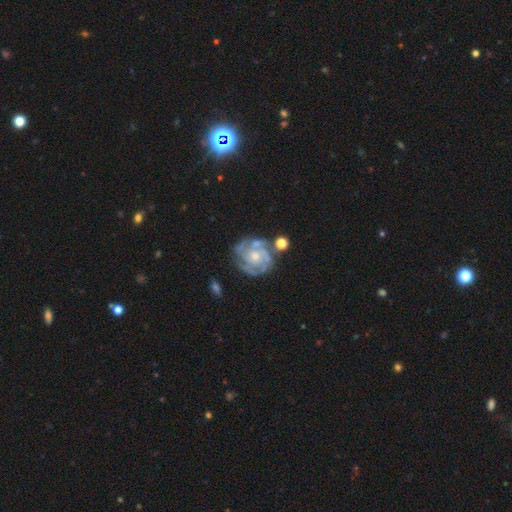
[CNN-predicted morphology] featured or disk 86%, smooth 9%, star or artifact 5%. Down the decision tree: edge-on disk — no (98%); bar — no (77%); spiral arms — yes (94%); spiral arm count — 3 (33%); spiral winding — tight (65%); bulge size — small (57%); merging — none (66%).